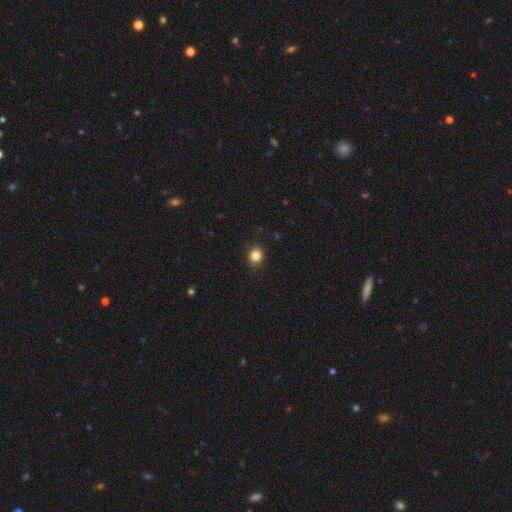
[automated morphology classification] Smooth or featured: smooth — 85% (star or artifact — 11%)
How rounded: round — 69% (in between — 30%)
Merging: none — 87% (minor disturbance — 10%)